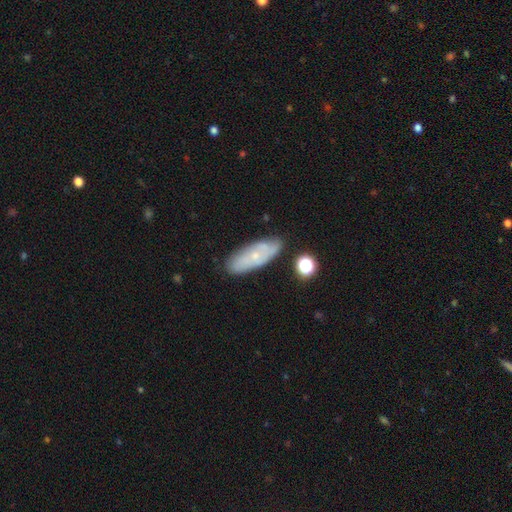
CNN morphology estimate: smooth_or_featured: smooth (p=0.46) [tied with: featured or disk p=0.46]
merging: none (p=0.75) [alt: minor disturbance p=0.17]